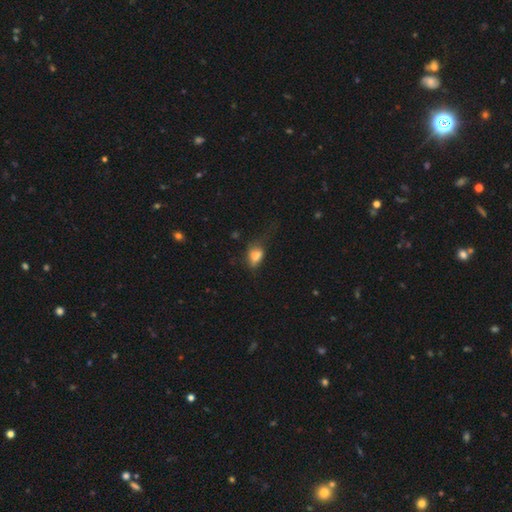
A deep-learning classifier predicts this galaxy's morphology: Smooth or featured? Predicted: smooth (p=0.75). How rounded? Predicted: in between (p=0.81). Merging? Predicted: major disturbance (p=0.34).